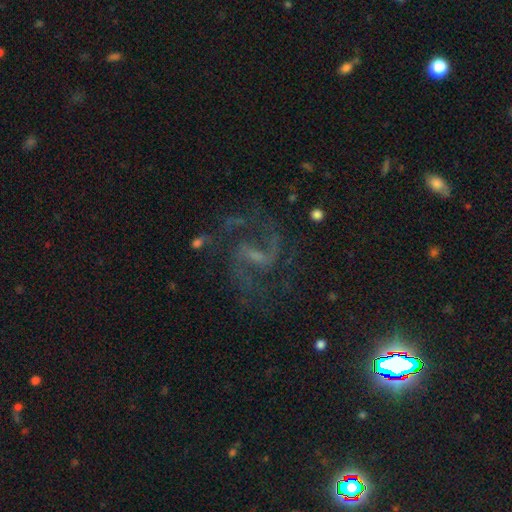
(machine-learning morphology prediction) Q: Smooth or featured?
A: featured or disk (84%); runner-up: star or artifact (11%)
Q: Edge-on disk?
A: no (98%); runner-up: yes (2%)
Q: Bar?
A: weak (53%); runner-up: strong (28%)
Q: Spiral arms?
A: yes (97%); runner-up: no (3%)
Q: Spiral winding?
A: medium (56%); runner-up: loose (33%)
Q: Spiral arm count?
A: 2 (88%); runner-up: can't tell (4%)
Q: Bulge size?
A: small (51%); runner-up: none (26%)
Q: Merging?
A: none (70%); runner-up: minor disturbance (14%)